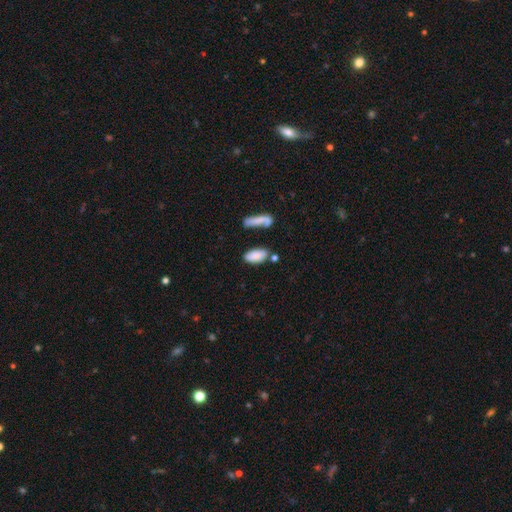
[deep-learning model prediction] A smooth galaxy with no disk features (85%) that is in between round and cigar-shaped (88%).

Vote fractions:
- Smooth or featured? smooth: 85% / featured or disk: 8% / star or artifact: 7%
- How rounded? in between: 88% / cigar-shaped: 9% / round: 3%
- Merging? none: 62% / minor disturbance: 17% / merger: 15% / major disturbance: 6%